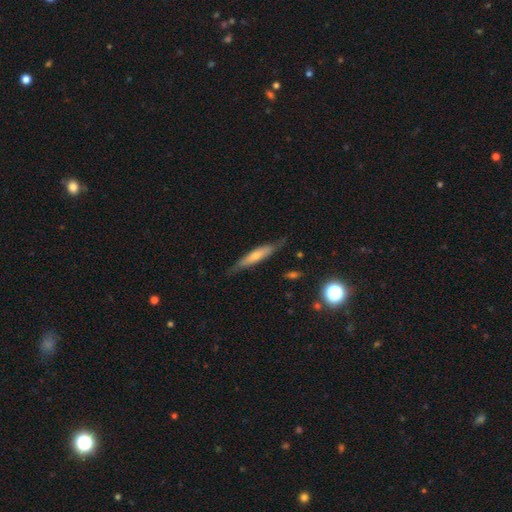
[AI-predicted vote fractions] A smooth galaxy with no disk features (52%) that is cigar-shaped (83%). Merging: none (74%).